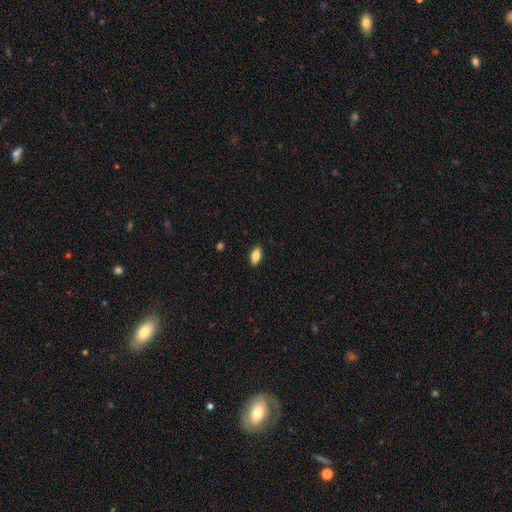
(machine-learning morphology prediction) type=smooth (79%); roundness=in between (85%); merging=none (89%).